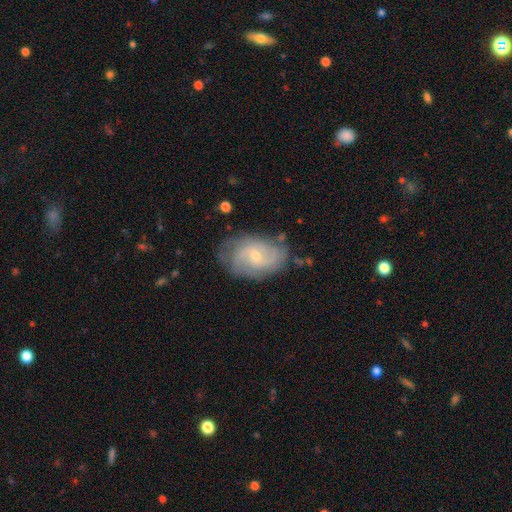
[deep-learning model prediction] Q: Smooth or featured?
A: featured or disk (76%); runner-up: smooth (18%)
Q: Edge-on disk?
A: no (96%); runner-up: yes (4%)
Q: Bar?
A: no (56%); runner-up: weak (39%)
Q: Spiral arms?
A: yes (91%); runner-up: no (9%)
Q: Spiral winding?
A: tight (44%); runner-up: medium (40%)
Q: Spiral arm count?
A: 2 (40%); runner-up: can't tell (33%)
Q: Bulge size?
A: small (65%); runner-up: moderate (32%)
Q: Merging?
A: none (72%); runner-up: minor disturbance (20%)